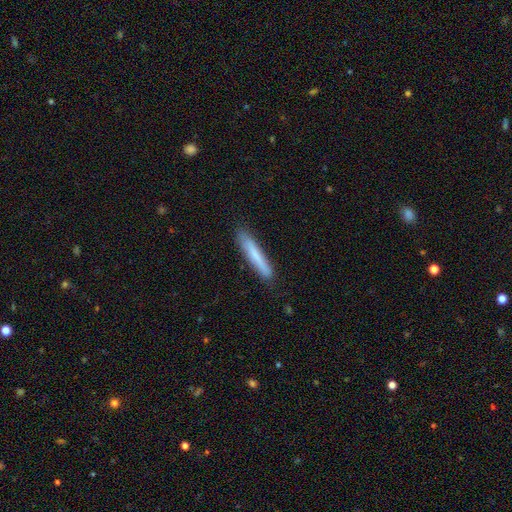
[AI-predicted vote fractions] smooth 71%, featured or disk 23%, star or artifact 6%. Down the decision tree: how rounded — cigar-shaped (94%); merging — none (85%).